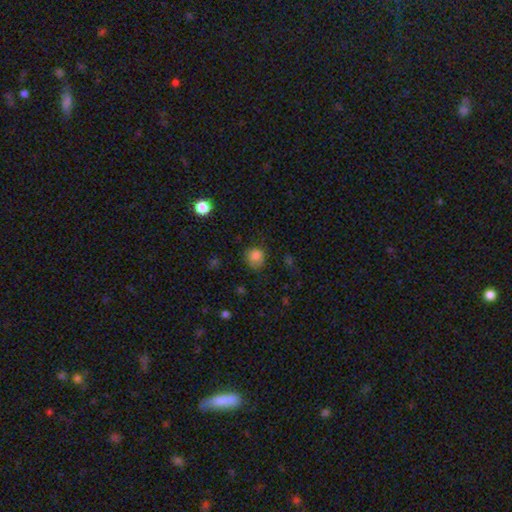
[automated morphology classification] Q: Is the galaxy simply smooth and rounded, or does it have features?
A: smooth — 82%.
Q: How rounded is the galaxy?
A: round — 74%.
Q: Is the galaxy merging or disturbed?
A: none — 66%.